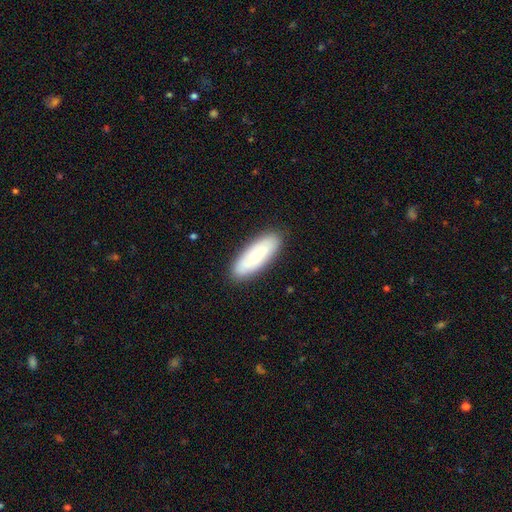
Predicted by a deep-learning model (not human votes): A smooth galaxy with no disk features (71%) that is in between round and cigar-shaped (63%). Merging: none (88%).